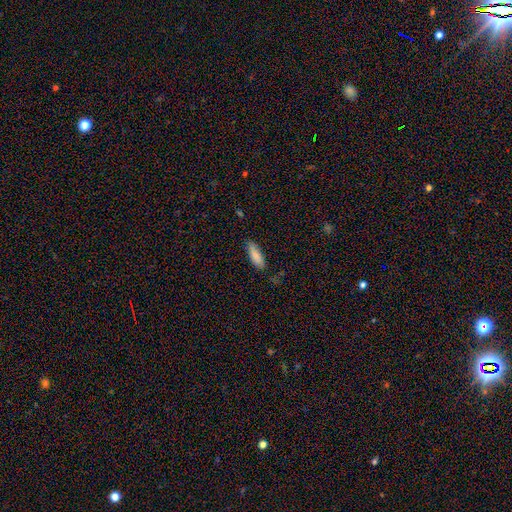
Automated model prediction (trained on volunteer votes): Q: Smooth or featured?
A: smooth (85%); runner-up: featured or disk (9%)
Q: How rounded?
A: in between (55%); runner-up: cigar-shaped (43%)
Q: Merging?
A: none (74%); runner-up: minor disturbance (20%)